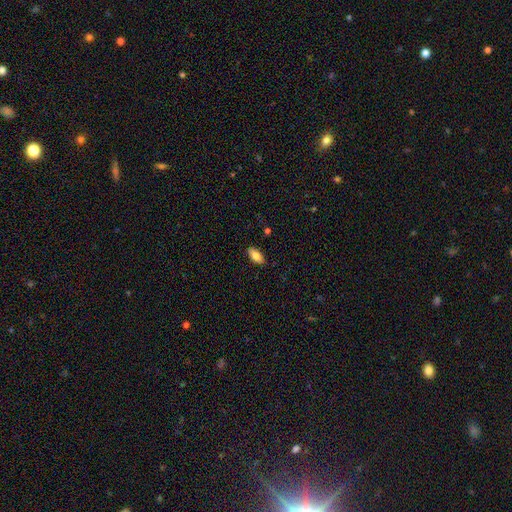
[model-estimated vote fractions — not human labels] Smooth or featured? smooth (81%)
How rounded? in between (89%)
Merging? none (88%)